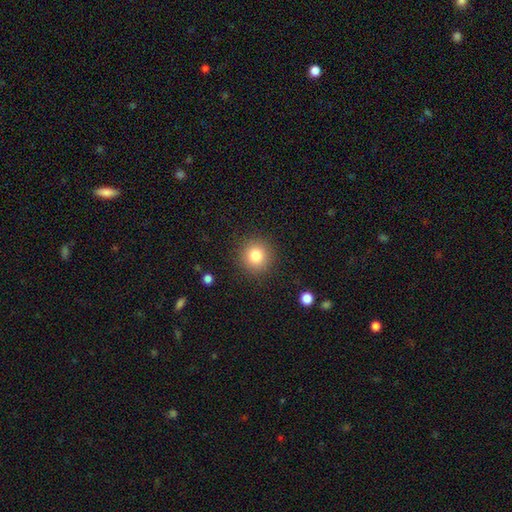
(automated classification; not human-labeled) Smooth or featured?
  - smooth: 82% *
  - star or artifact: 11%
  - featured or disk: 7%
How rounded?
  - round: 93% *
  - in between: 6%
  - cigar-shaped: 1%
Merging?
  - none: 89% *
  - minor disturbance: 7%
  - major disturbance: 3%
  - merger: 1%